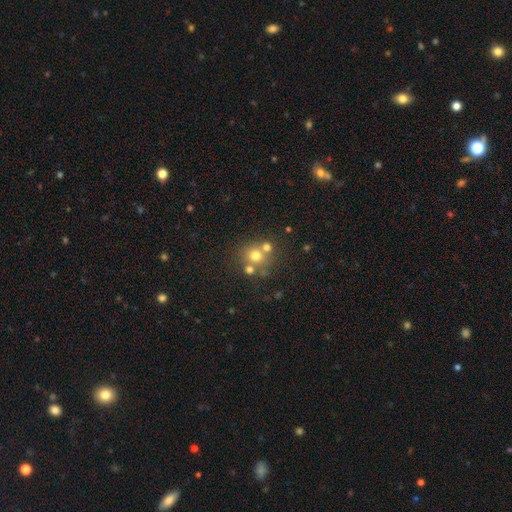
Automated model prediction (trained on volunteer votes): Smooth or featured? smooth (67%)
How rounded? round (86%)
Merging? none (57%)